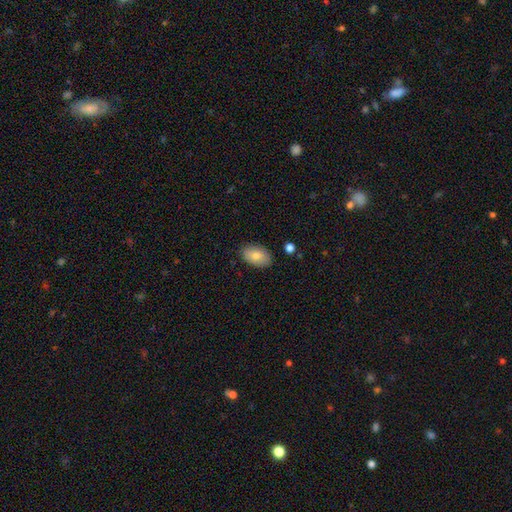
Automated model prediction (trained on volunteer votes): A smooth galaxy with no disk features (78%) that is in between round and cigar-shaped (91%). Merging: none (86%).